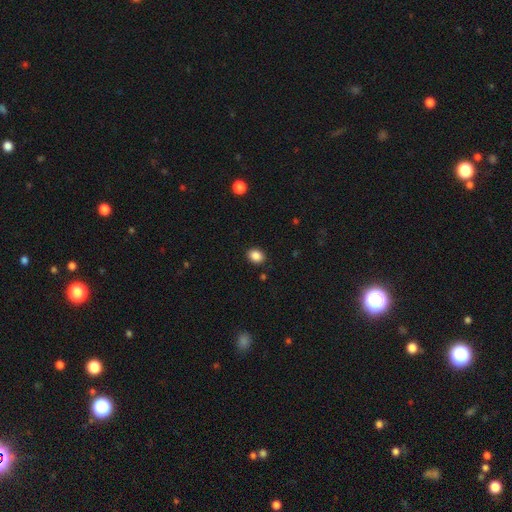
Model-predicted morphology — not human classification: A smooth galaxy with no disk features (87%) that is in between round and cigar-shaped (51%).

Vote fractions:
- Smooth or featured? smooth: 87% / star or artifact: 9% / featured or disk: 4%
- How rounded? in between: 51% / round: 48% / cigar-shaped: 1%
- Merging? none: 89% / minor disturbance: 7% / major disturbance: 2% / merger: 1%